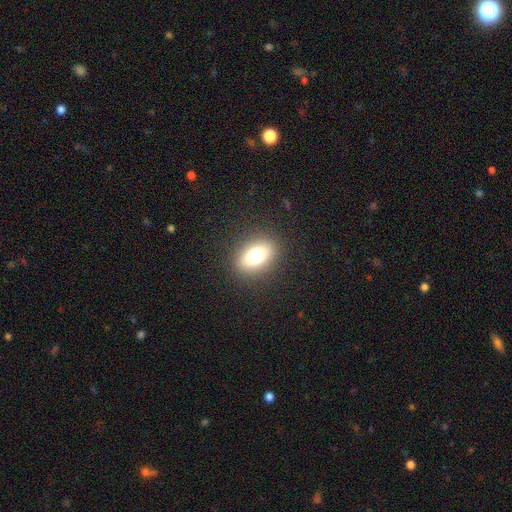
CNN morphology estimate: The model was most divided on "how rounded": in between: 74%, round: 24%, cigar-shaped: 2%. More confident: merging — none (87%); smooth or featured — smooth (73%).